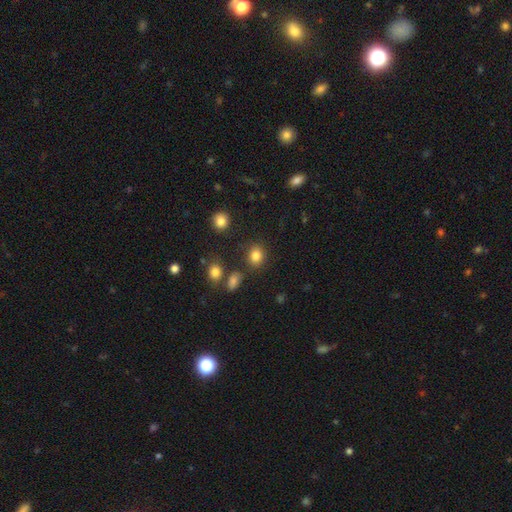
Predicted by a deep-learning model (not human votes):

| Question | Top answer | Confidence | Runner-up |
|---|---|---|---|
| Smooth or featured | smooth | 83% | star or artifact (11%) |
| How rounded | round | 61% | in between (38%) |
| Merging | none | 81% | minor disturbance (10%) |